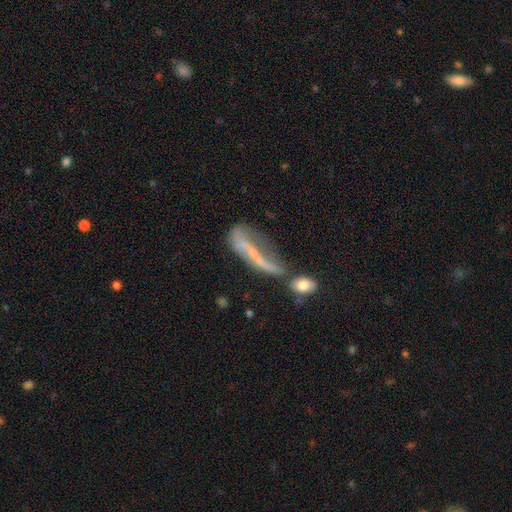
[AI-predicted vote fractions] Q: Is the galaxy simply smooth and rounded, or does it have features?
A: featured or disk — 59%.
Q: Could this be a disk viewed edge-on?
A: no — 68%.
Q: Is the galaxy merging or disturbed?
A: merger — 38%.